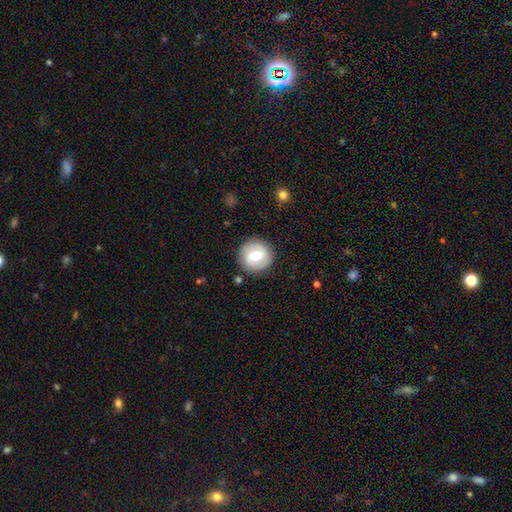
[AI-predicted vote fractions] The model was most divided on "smooth or featured": smooth: 51%, featured or disk: 43%, star or artifact: 7%. More confident: how rounded — round (90%); merging — none (86%).